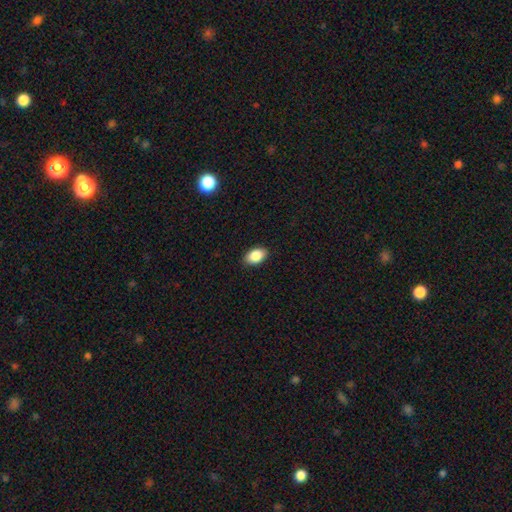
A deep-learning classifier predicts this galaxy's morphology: smooth-or-featured: smooth: 88% | star or artifact: 7% | featured or disk: 4%
  how-rounded: in between: 90% | round: 9% | cigar-shaped: 1%
  merging: none: 89% | minor disturbance: 8% | major disturbance: 2% | merger: 1%